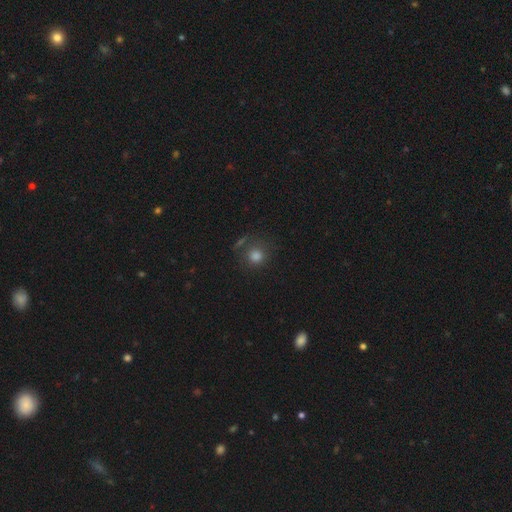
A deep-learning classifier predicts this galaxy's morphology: Smooth or featured? Predicted: smooth (p=0.74). How rounded? Predicted: round (p=0.88). Merging? Predicted: none (p=0.67).